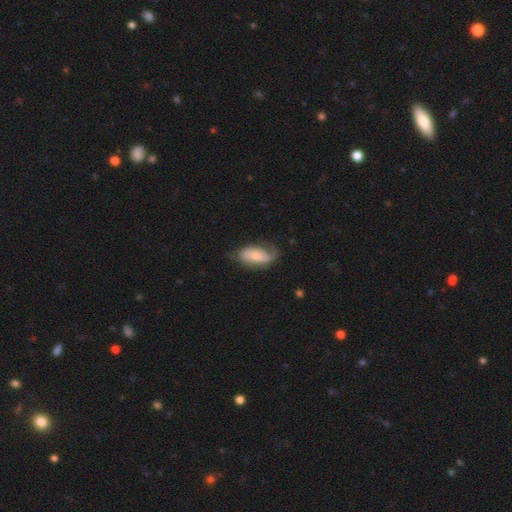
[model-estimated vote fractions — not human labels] smooth-or-featured: featured or disk: 51% | smooth: 43% | star or artifact: 6%
  disk-edge-on: no: 92% | yes: 8%
  merging: none: 53% | minor disturbance: 28% | major disturbance: 17% | merger: 2%